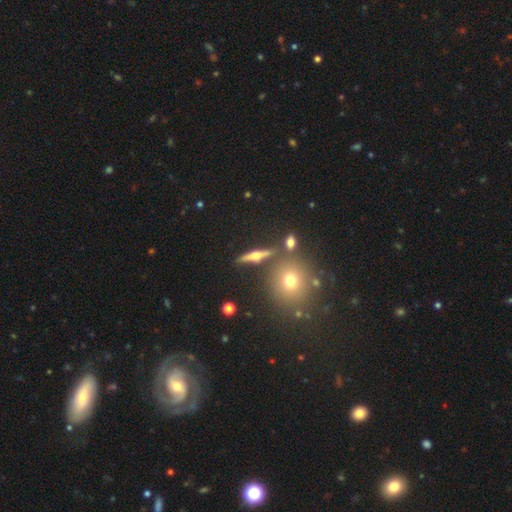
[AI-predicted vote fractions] Morphology: type=featured or disk (61%); edge-on=yes (91%); edge-on bulge=rounded (91%); merging=none (81%).